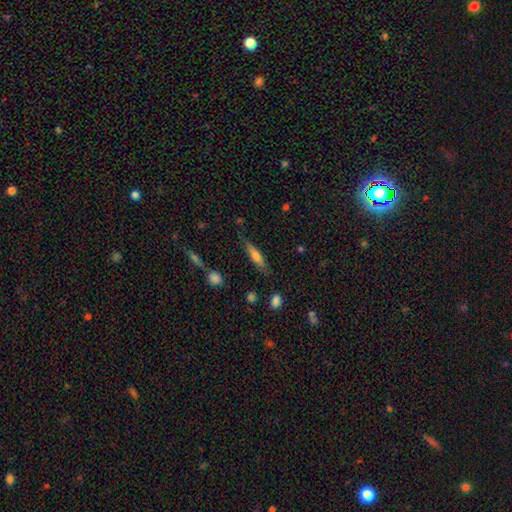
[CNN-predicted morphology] This appears to be a smooth galaxy with no disk features (61%) that is cigar-shaped (72%). Merging: none (76%).